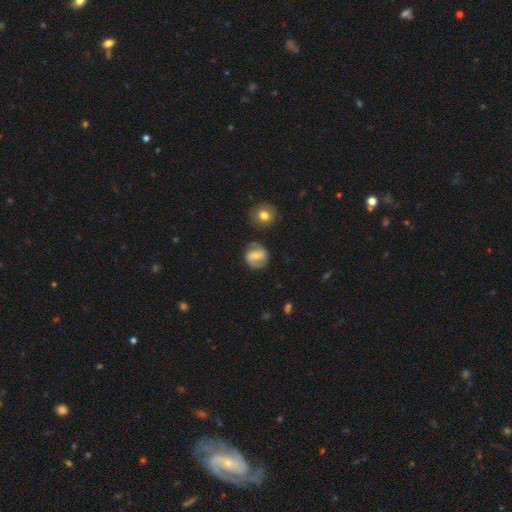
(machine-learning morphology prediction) Smooth or featured: featured or disk — 49% (smooth — 43%)
Merging: none — 76% (minor disturbance — 15%)